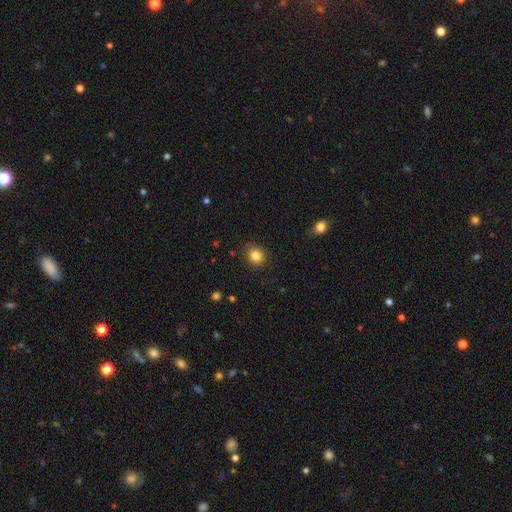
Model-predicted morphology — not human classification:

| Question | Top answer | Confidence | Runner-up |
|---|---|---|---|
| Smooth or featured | smooth | 84% | star or artifact (11%) |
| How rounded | round | 76% | in between (23%) |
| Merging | none | 87% | minor disturbance (9%) |